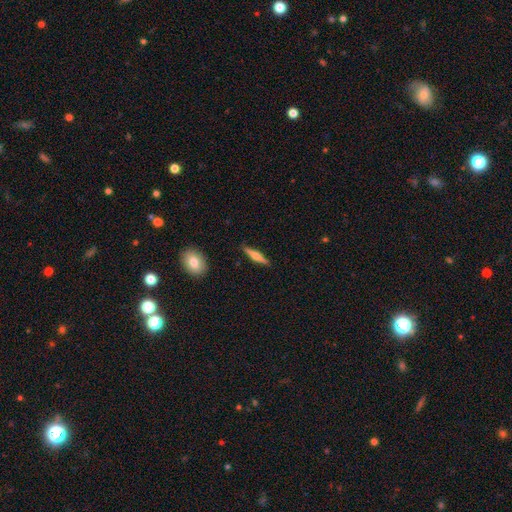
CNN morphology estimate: Smooth or featured? Predicted: featured or disk (p=0.52). Edge-on disk? Predicted: yes (p=0.96). Edge-on bulge? Predicted: rounded (p=0.86). Merging? Predicted: none (p=0.89).